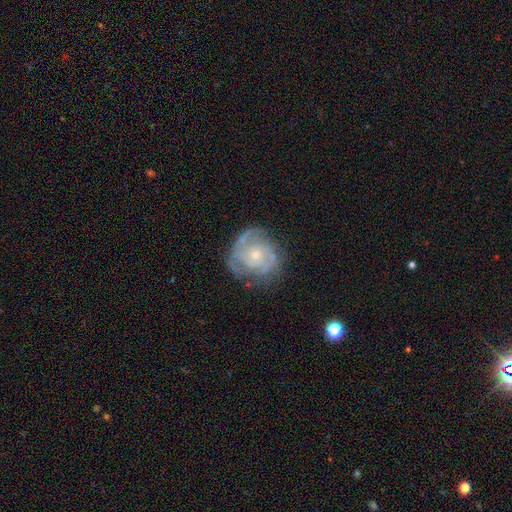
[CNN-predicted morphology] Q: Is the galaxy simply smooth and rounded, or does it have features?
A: featured or disk — 81%.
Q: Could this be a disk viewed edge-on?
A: no — 98%.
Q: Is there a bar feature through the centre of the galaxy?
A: no — 77%.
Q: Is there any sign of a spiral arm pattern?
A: yes — 91%.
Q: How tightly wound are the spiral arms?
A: tight — 57%.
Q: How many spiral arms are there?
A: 2 — 39%.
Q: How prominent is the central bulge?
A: small — 64%.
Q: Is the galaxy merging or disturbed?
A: none — 68%.